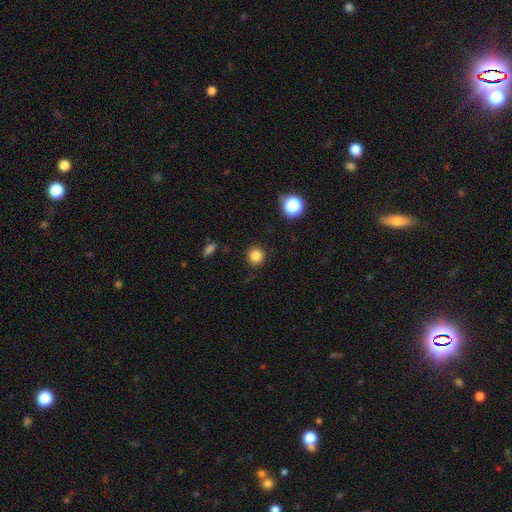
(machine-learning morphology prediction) Smooth or featured? Predicted: smooth (p=0.83). How rounded? Predicted: round (p=0.94). Merging? Predicted: none (p=0.89).